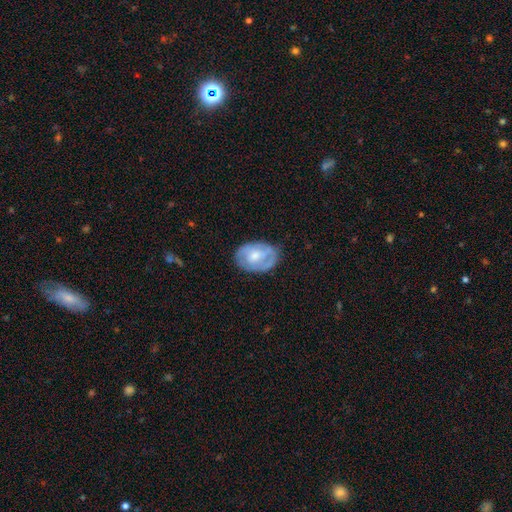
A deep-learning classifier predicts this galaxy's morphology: smooth-or-featured: featured or disk: 54% | smooth: 40% | star or artifact: 6%
  disk-edge-on: no: 96% | yes: 4%
    bar: no: 61% | weak: 32% | strong: 7%
    has-spiral-arms: yes: 62% | no: 38%
    bulge-size: moderate: 56% | small: 28% | large: 10% | none: 5% | dominant: 1%
  merging: none: 70% | minor disturbance: 22% | major disturbance: 7% | merger: 1%